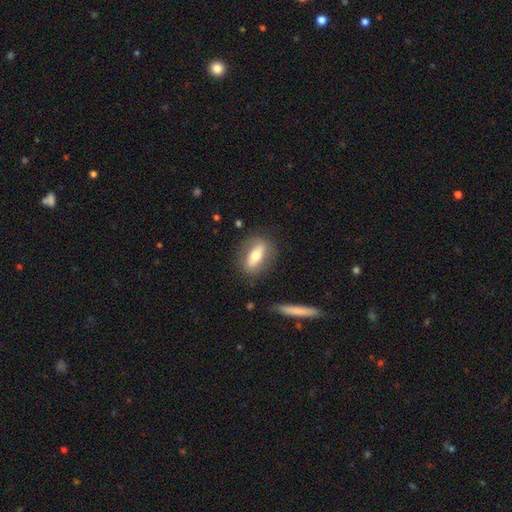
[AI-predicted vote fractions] The model was most divided on "smooth or featured": smooth: 51%, featured or disk: 42%, star or artifact: 7%. More confident: merging — none (78%); how rounded — in between (71%).